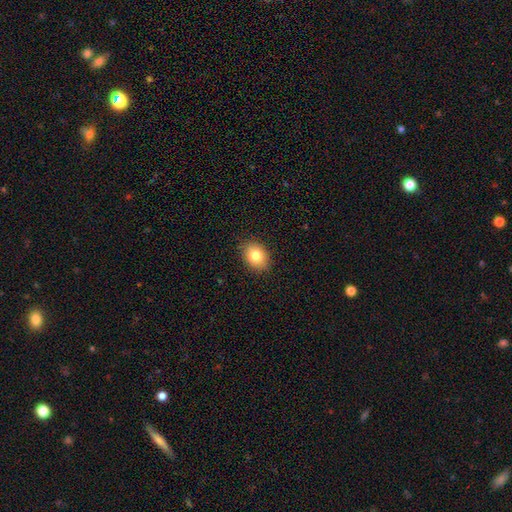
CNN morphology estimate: This appears to be a smooth galaxy with no disk features (82%) that is in between round and cigar-shaped (60%). Merging: none (88%).